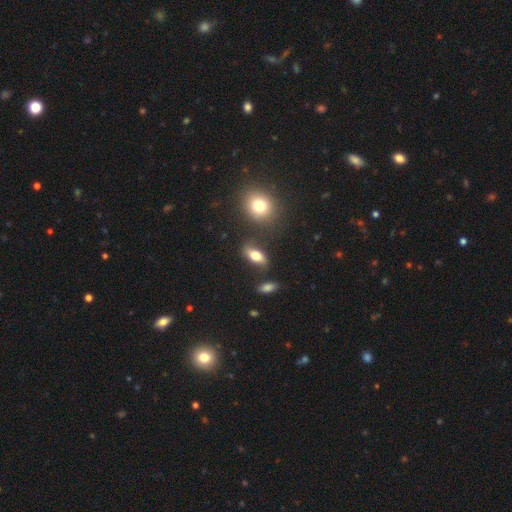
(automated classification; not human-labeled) smooth-or-featured: smooth: 67% | featured or disk: 24% | star or artifact: 9%
  how-rounded: in between: 80% | cigar-shaped: 11% | round: 9%
  merging: none: 73% | minor disturbance: 16% | merger: 6% | major disturbance: 5%